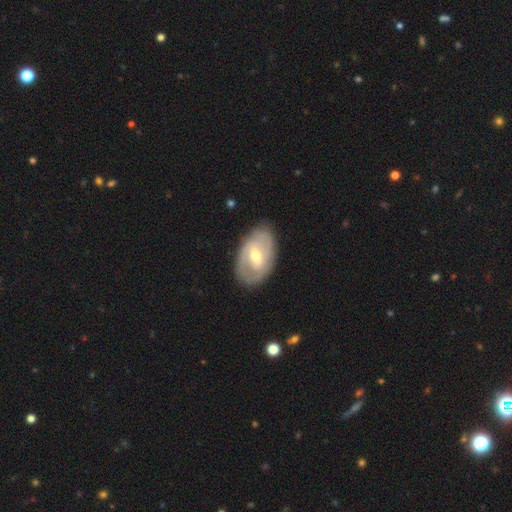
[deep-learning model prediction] A featured or disk galaxy (66%) with a weak bar (50%), spiral arms (65%) and a moderate central bulge (57%).

Vote fractions:
- Smooth or featured? featured or disk: 66% / smooth: 29% / star or artifact: 5%
- Edge-on disk? no: 95% / yes: 5%
- Bar? weak: 50% / no: 25% / strong: 24%
- Spiral arms? yes: 65% / no: 35%
- Bulge size? moderate: 57% / small: 38% / large: 3% / none: 1% / dominant: 1%
- Merging? none: 78% / minor disturbance: 16% / major disturbance: 5% / merger: 1%